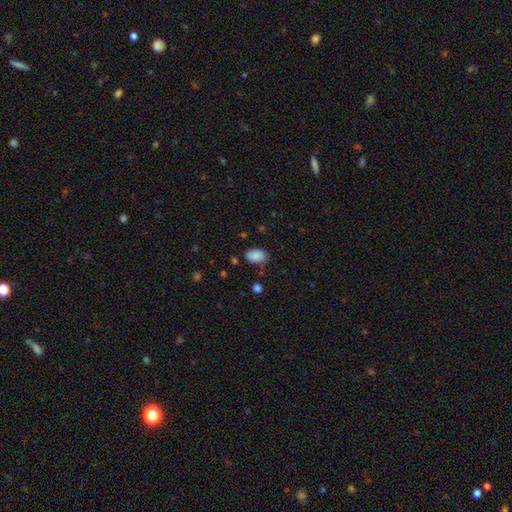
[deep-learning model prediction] This is clearly a smooth galaxy (86%). How rounded: clearly in between (88%). Merging: likely none (74%).